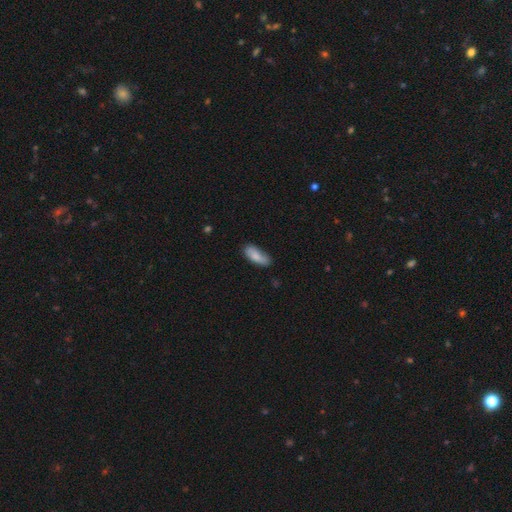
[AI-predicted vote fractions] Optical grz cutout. It shows a smooth galaxy with no disk features (81%) that is in between round and cigar-shaped (82%). Merging: none (66%).